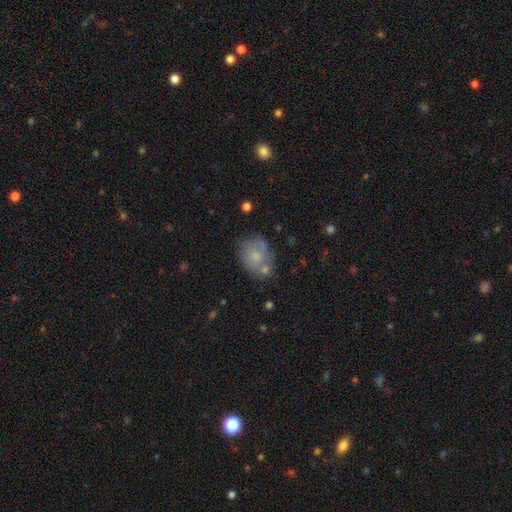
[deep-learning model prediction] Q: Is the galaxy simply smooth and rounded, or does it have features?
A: smooth — 61%.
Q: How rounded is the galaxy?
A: round — 54%.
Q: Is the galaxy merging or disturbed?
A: none — 51%.